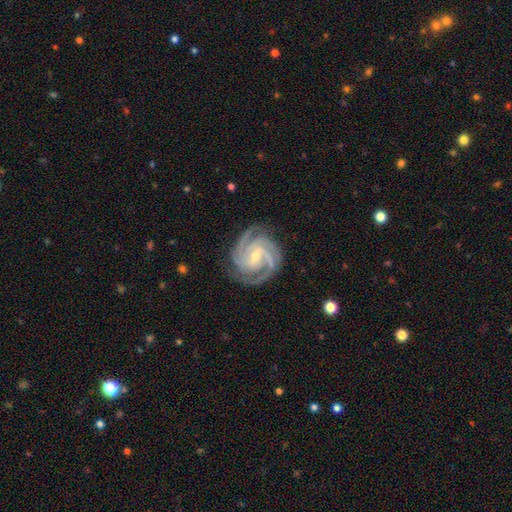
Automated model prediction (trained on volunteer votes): smooth_or_featured: featured or disk (p=0.93) [alt: star or artifact p=0.04]
disk_edge_on: no (p=0.98) [alt: yes p=0.02]
bar: no (p=0.44) [alt: weak p=0.40]
has_spiral_arms: yes (p=0.99) [alt: no p=0.01]
spiral_winding: tight (p=0.68) [alt: medium p=0.29]
spiral_arm_count: 3 (p=0.56) [alt: 4 p=0.18]
bulge_size: small (p=0.61) [alt: moderate p=0.36]
merging: none (p=0.82) [alt: minor disturbance p=0.13]